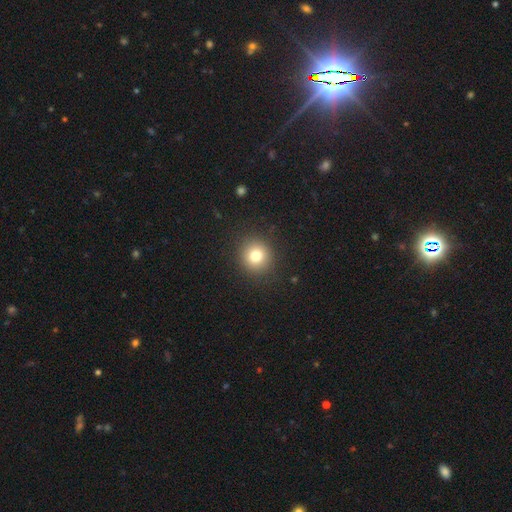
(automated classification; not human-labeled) smooth-or-featured: smooth: 78% | star or artifact: 13% | featured or disk: 9%
  how-rounded: round: 91% | in between: 8% | cigar-shaped: 1%
  merging: none: 91% | minor disturbance: 6% | major disturbance: 3% | merger: 1%